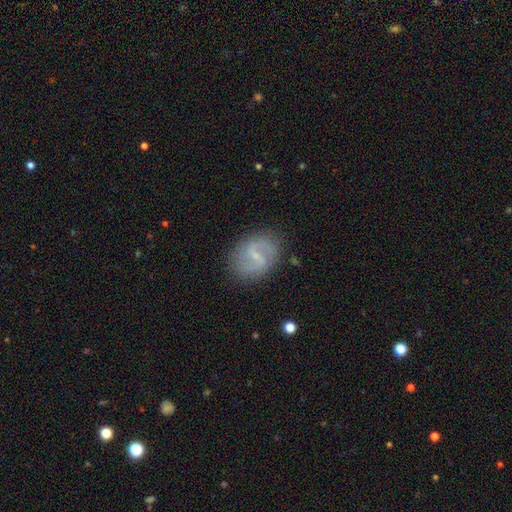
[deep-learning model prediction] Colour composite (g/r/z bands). It shows a featured or disk galaxy (74%) with a weak bar (54%), 2 (86%) medium (43%) spiral arms (85%) and a small central bulge (71%). Merging: none (81%).